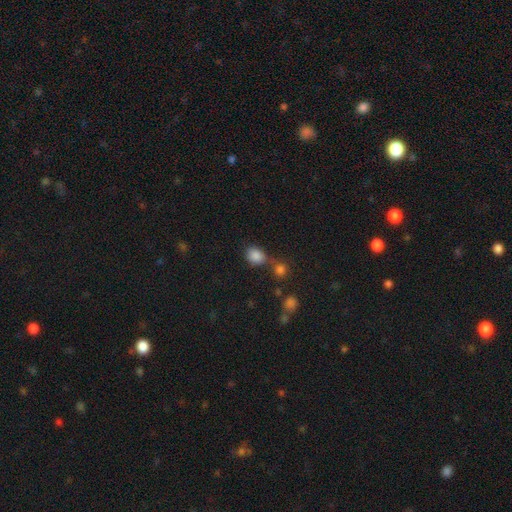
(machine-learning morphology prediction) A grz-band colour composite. It shows a smooth galaxy with no disk features (84%) that is in between round and cigar-shaped (53%). Merging: none (54%).